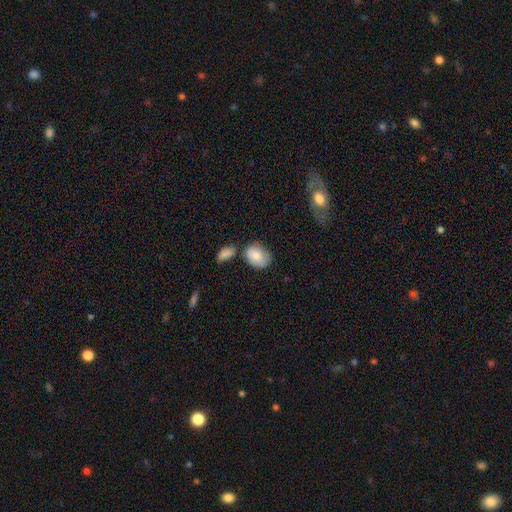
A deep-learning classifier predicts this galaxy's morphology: This appears to be a smooth galaxy with no disk features (81%) that is in between round and cigar-shaped (74%). Merging: none (52%).